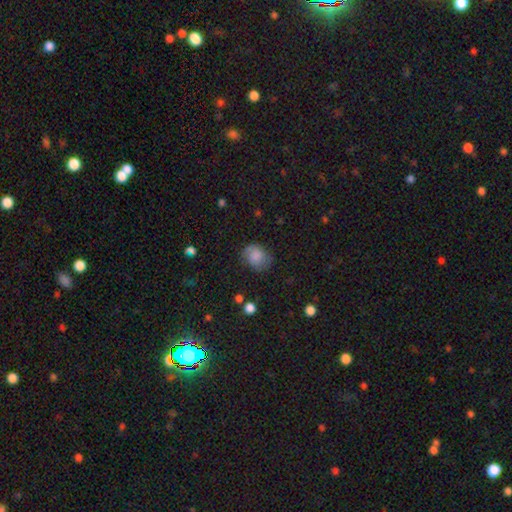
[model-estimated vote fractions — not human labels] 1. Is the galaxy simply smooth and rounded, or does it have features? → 69% smooth, 22% featured or disk, 9% star or artifact.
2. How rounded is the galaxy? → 55% round, 44% in between, 1% cigar-shaped.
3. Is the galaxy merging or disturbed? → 66% none, 24% minor disturbance, 9% major disturbance, 2% merger.